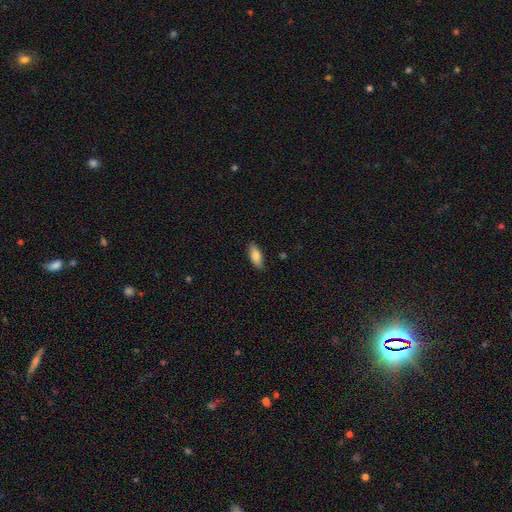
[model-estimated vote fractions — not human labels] A smooth galaxy with no disk features (83%) that is in between round and cigar-shaped (78%).

Vote fractions:
- Smooth or featured? smooth: 83% / featured or disk: 11% / star or artifact: 6%
- How rounded? in between: 78% / cigar-shaped: 20% / round: 2%
- Merging? none: 87% / minor disturbance: 10% / major disturbance: 2% / merger: 1%